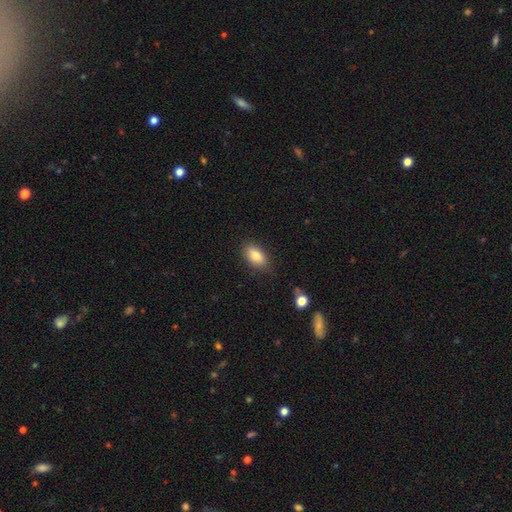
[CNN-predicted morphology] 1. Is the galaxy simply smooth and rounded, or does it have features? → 81% smooth, 11% featured or disk, 7% star or artifact.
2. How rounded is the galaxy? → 90% in between, 5% round, 4% cigar-shaped.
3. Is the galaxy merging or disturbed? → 84% none, 12% minor disturbance, 3% major disturbance, 1% merger.